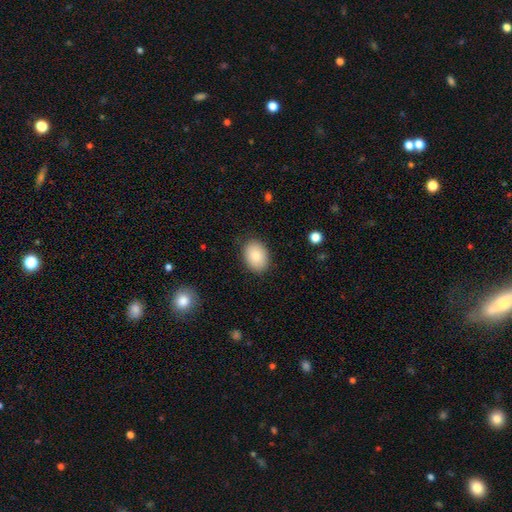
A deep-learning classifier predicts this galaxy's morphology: A smooth galaxy with no disk features (85%) that is in between round and cigar-shaped (74%).

Vote fractions:
- Smooth or featured? smooth: 85% / featured or disk: 7% / star or artifact: 7%
- How rounded? in between: 74% / round: 25% / cigar-shaped: 1%
- Merging? none: 86% / minor disturbance: 10% / major disturbance: 3% / merger: 1%